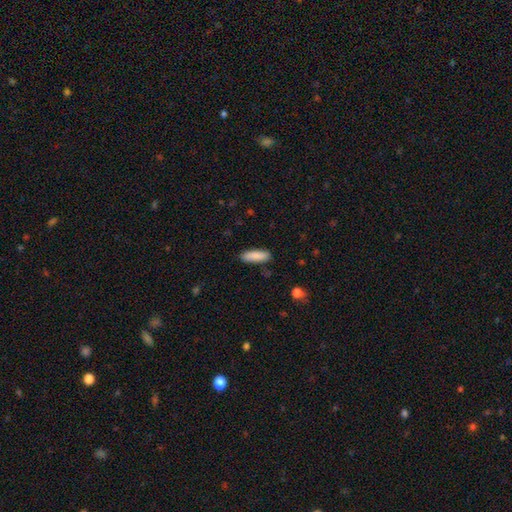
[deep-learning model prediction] smooth-or-featured: smooth: 88% | featured or disk: 6% | star or artifact: 6%
  how-rounded: in between: 50% | cigar-shaped: 49% | round: 2%
  merging: none: 87% | minor disturbance: 10% | major disturbance: 2% | merger: 1%